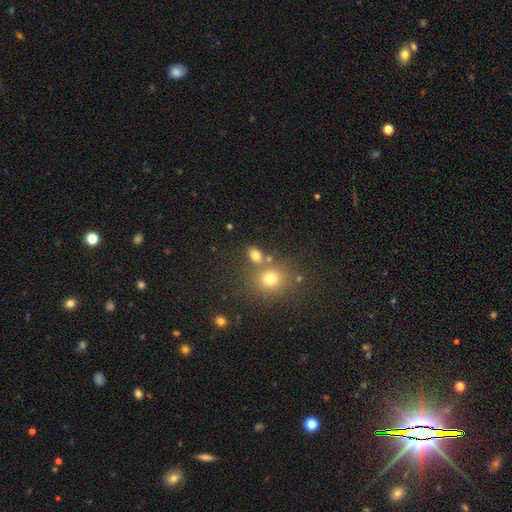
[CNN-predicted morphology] Smooth or featured? Predicted: smooth (p=0.76). How rounded? Predicted: in between (p=0.64). Merging? Predicted: none (p=0.64).